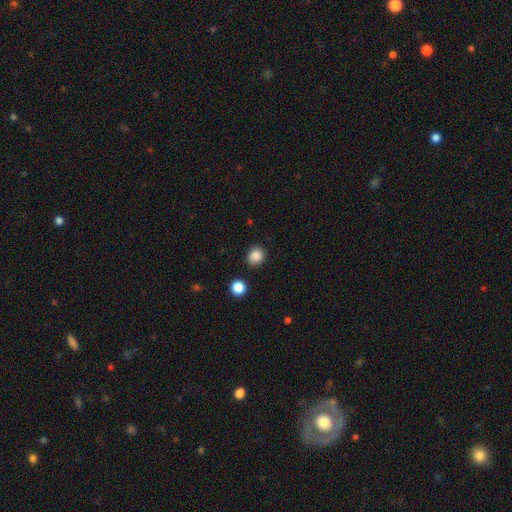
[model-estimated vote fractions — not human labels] Q: Smooth or featured?
A: smooth (86%); runner-up: star or artifact (10%)
Q: How rounded?
A: round (69%); runner-up: in between (30%)
Q: Merging?
A: none (84%); runner-up: minor disturbance (10%)